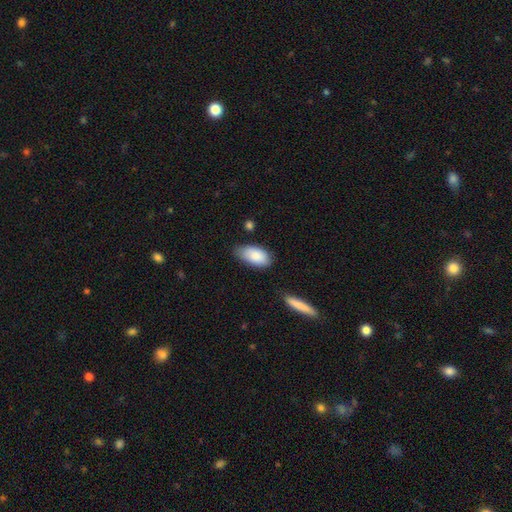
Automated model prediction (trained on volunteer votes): smooth-or-featured: smooth: 85% | featured or disk: 9% | star or artifact: 6%
  how-rounded: in between: 94% | cigar-shaped: 3% | round: 3%
  merging: none: 71% | minor disturbance: 22% | major disturbance: 4% | merger: 3%